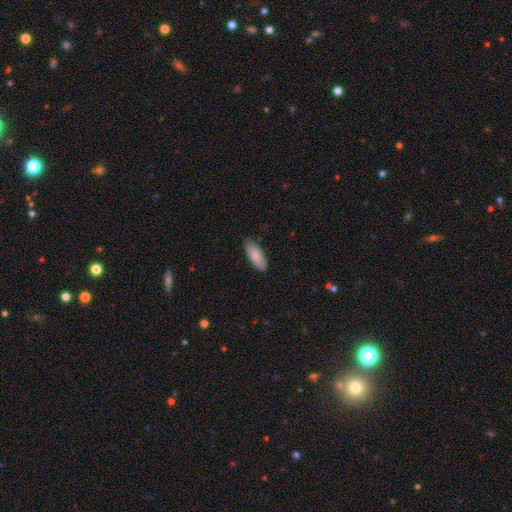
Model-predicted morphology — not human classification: Q: Smooth or featured?
A: smooth (84%); runner-up: featured or disk (10%)
Q: How rounded?
A: in between (77%); runner-up: cigar-shaped (22%)
Q: Merging?
A: none (83%); runner-up: minor disturbance (14%)